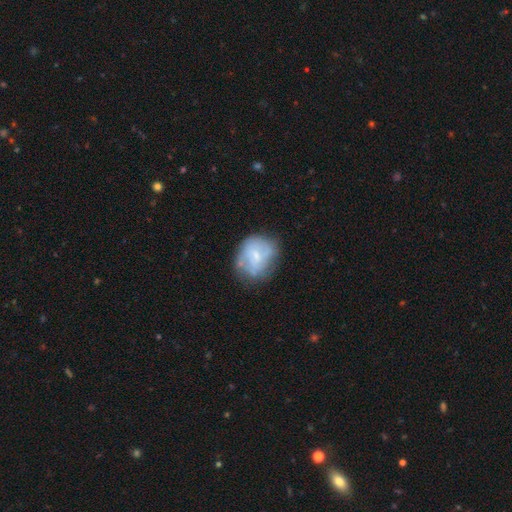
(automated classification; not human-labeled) Q: Smooth or featured?
A: featured or disk (50%); runner-up: smooth (41%)
Q: Edge-on disk?
A: no (97%); runner-up: yes (3%)
Q: Merging?
A: none (57%); runner-up: minor disturbance (26%)